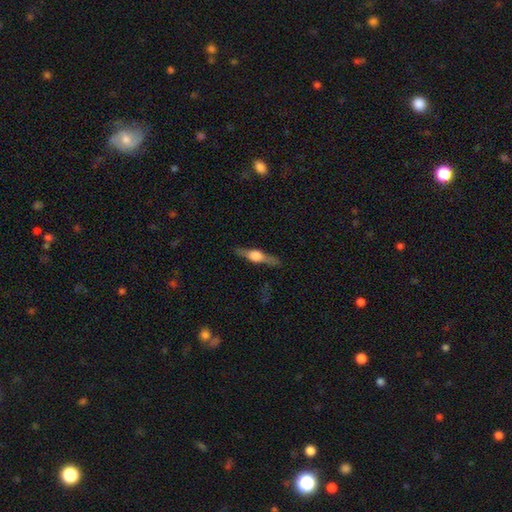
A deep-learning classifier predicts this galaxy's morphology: Overall: featured or disk (72%). Edge-on disk: yes (96%). Edge-on bulge: rounded (88%). Merging: none (87%).